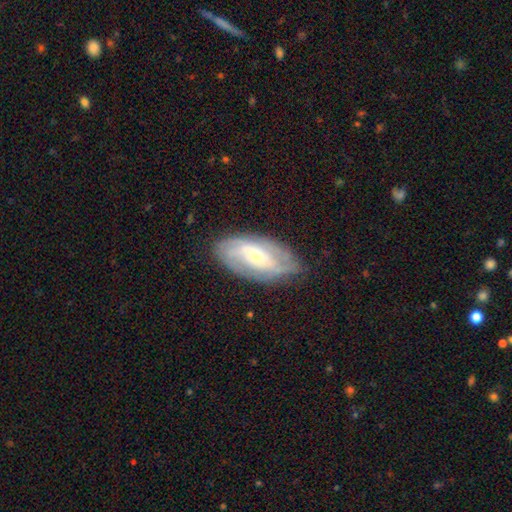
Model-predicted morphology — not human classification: smooth-or-featured: featured or disk: 72% | smooth: 22% | star or artifact: 6%
  disk-edge-on: no: 92% | yes: 8%
    bar: no: 48% | weak: 36% | strong: 16%
    has-spiral-arms: yes: 85% | no: 15%
      spiral-winding: tight: 50% | medium: 36% | loose: 14%
      spiral-arm-count: can't tell: 39% | 2: 37% | 3: 12% | 4: 5% | 1: 4% | more than 4: 3%
    bulge-size: small: 62% | moderate: 33% | large: 3% | none: 1% | dominant: 1%
  merging: none: 76% | minor disturbance: 18% | major disturbance: 5% | merger: 1%